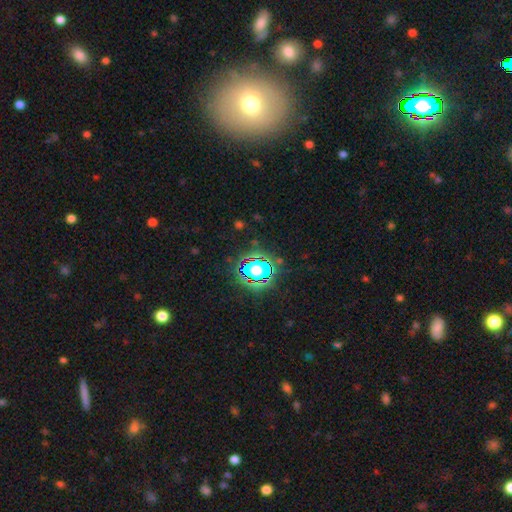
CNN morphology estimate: This appears to be a star or artifact, not a galaxy (69%).